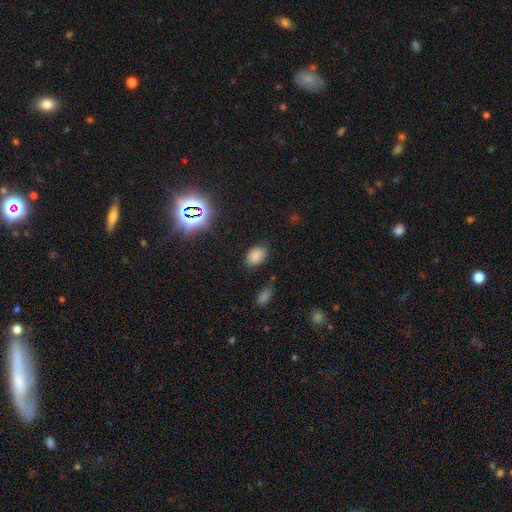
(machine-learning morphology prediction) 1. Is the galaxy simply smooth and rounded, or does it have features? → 79% smooth, 16% star or artifact, 5% featured or disk.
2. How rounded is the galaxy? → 83% in between, 16% round, 1% cigar-shaped.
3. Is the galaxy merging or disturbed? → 80% none, 14% minor disturbance, 4% major disturbance, 2% merger.